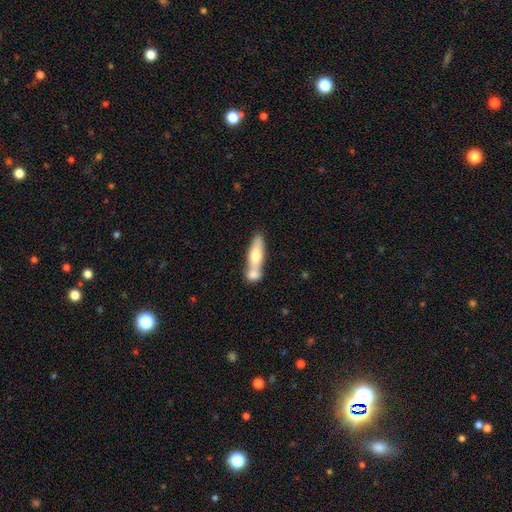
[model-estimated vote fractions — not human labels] The model was most divided on "how rounded": cigar-shaped: 53%, in between: 44%, round: 4%. More confident: smooth or featured — smooth (61%); merging — merger (58%).